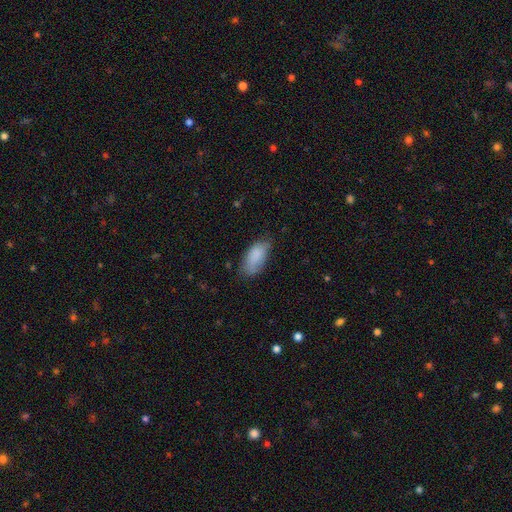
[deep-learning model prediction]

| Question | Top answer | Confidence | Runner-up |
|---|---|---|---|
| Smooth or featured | smooth | 85% | featured or disk (8%) |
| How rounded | in between | 91% | cigar-shaped (6%) |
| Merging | none | 59% | minor disturbance (31%) |